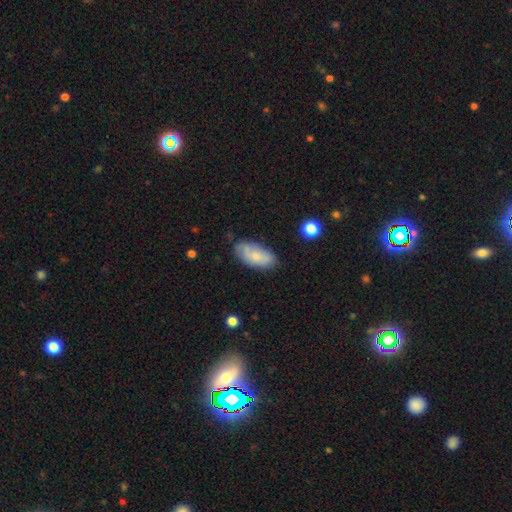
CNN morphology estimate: A smooth galaxy with no disk features (67%) that is in between round and cigar-shaped (92%). Merging: none (71%).